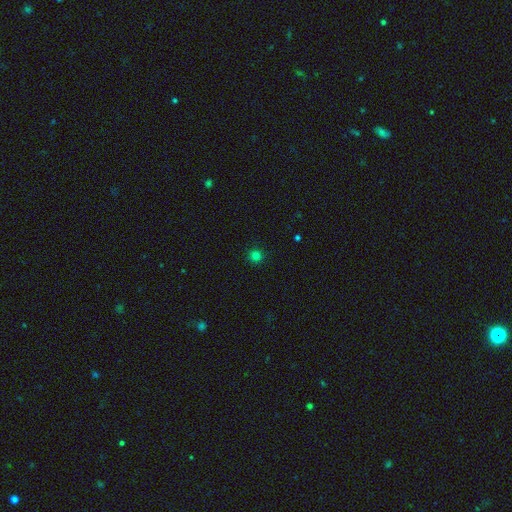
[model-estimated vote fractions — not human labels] smooth-or-featured: smooth: 79% | star or artifact: 17% | featured or disk: 4%
  how-rounded: round: 95% | in between: 4% | cigar-shaped: 1%
  merging: none: 92% | minor disturbance: 5% | major disturbance: 2% | merger: 1%